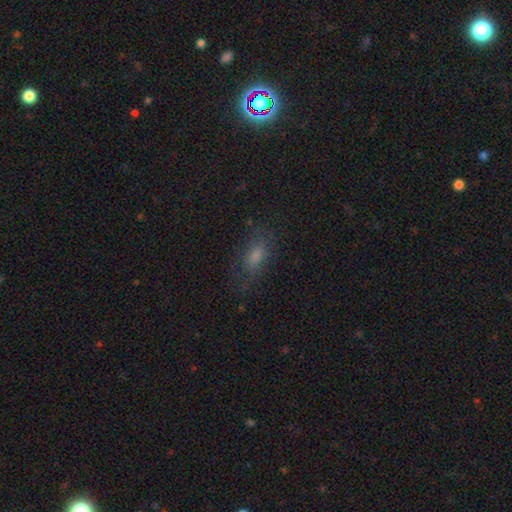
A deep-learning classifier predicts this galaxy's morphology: Smooth or featured? Predicted: smooth (p=0.68). How rounded? Predicted: in between (p=0.78). Merging? Predicted: none (p=0.67).